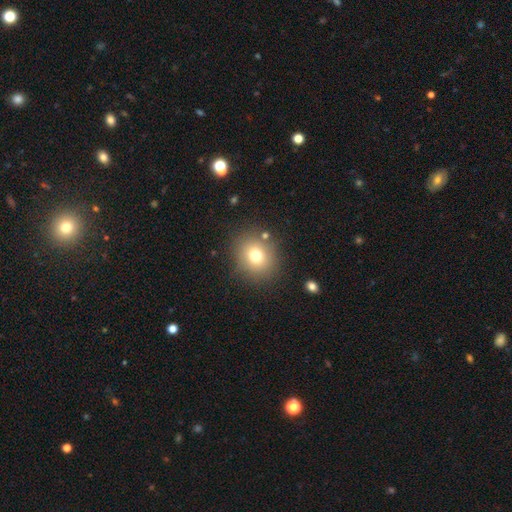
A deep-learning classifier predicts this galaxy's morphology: Overall: smooth (74%). How rounded: round (78%). Merging: none (84%).